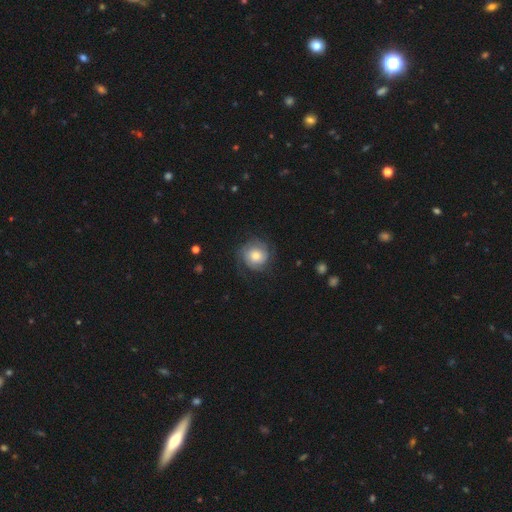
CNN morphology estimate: The model was most divided on "spiral arm count": 2: 35%, can't tell: 32%, 3: 16%, 1: 7%, 4: 5%, more than 4: 4%. More confident: edge-on disk — no (98%); spiral arms — yes (88%); bar — no (80%); merging — none (70%); spiral winding — tight (60%); smooth or featured — featured or disk (60%); bulge size — moderate (58%).